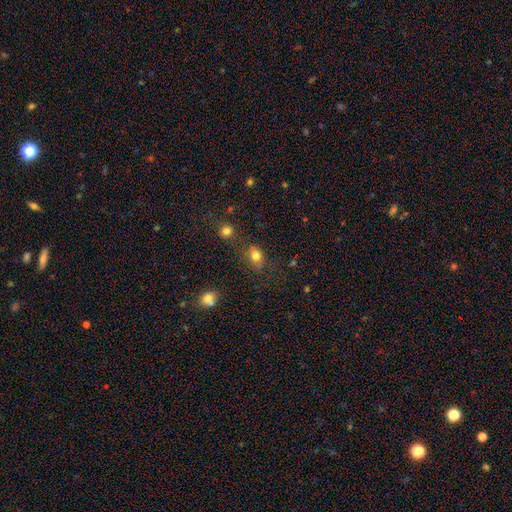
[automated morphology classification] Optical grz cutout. It shows a smooth galaxy with no disk features (78%) that is in between round and cigar-shaped (59%). Merging: none (68%).